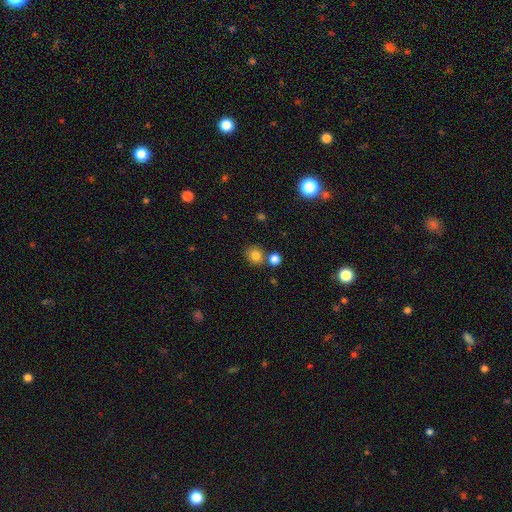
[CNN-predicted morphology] Overall: smooth (81%). How rounded: round (82%). Merging: none (68%).